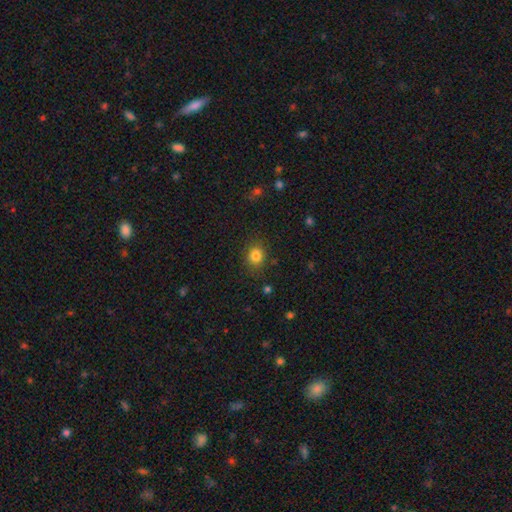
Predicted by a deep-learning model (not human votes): A smooth galaxy with no disk features (82%) that is round (70%).

Vote fractions:
- Smooth or featured? smooth: 82% / star or artifact: 12% / featured or disk: 6%
- How rounded? round: 70% / in between: 29% / cigar-shaped: 1%
- Merging? none: 83% / minor disturbance: 11% / major disturbance: 3% / merger: 2%